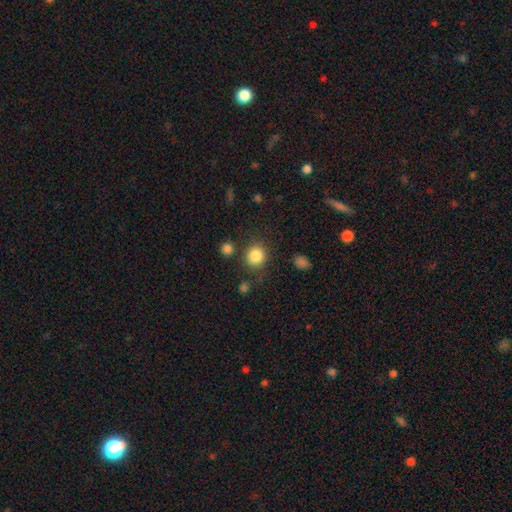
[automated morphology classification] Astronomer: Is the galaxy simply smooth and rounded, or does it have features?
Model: smooth — 85%.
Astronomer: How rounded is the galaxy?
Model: round — 86%.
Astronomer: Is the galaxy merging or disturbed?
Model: none — 82%.